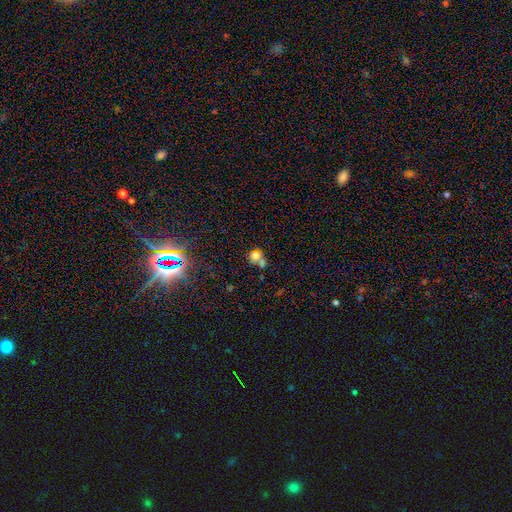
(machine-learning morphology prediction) Q: Smooth or featured?
A: smooth (69%); runner-up: star or artifact (16%)
Q: How rounded?
A: round (71%); runner-up: in between (27%)
Q: Merging?
A: merger (51%); runner-up: none (33%)